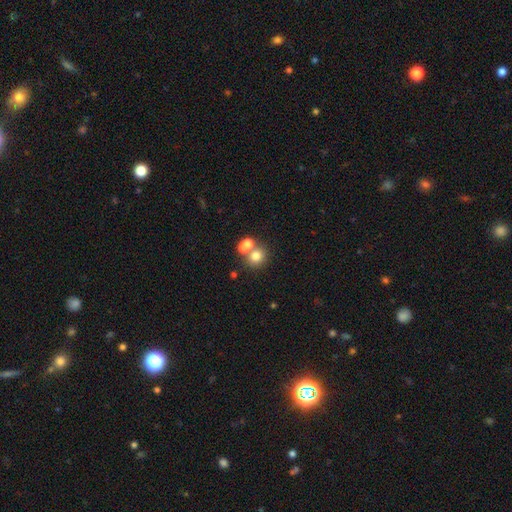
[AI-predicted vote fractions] A smooth galaxy with no disk features (72%) that is round (73%). Merging: merger (45%).